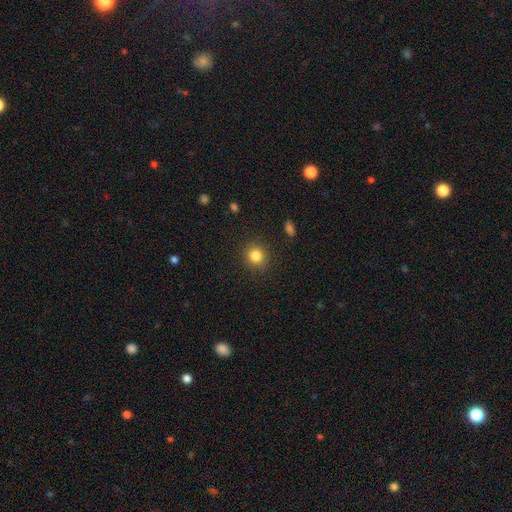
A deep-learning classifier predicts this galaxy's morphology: smooth 83%, star or artifact 11%, featured or disk 5%. Down the decision tree: how rounded — round (87%); merging — none (89%).